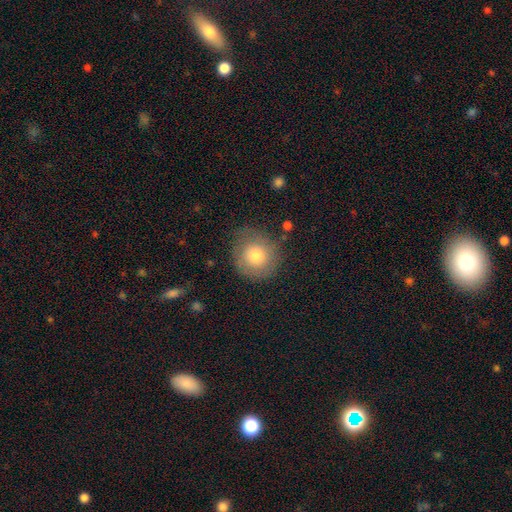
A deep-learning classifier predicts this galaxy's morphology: Smooth or featured? Predicted: smooth (p=0.74). How rounded? Predicted: round (p=0.89). Merging? Predicted: none (p=0.75).